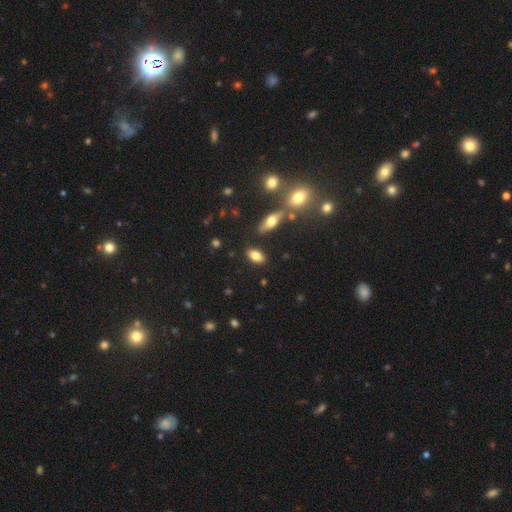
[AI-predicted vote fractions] smooth 80%, featured or disk 12%, star or artifact 9%. Down the decision tree: how rounded — in between (89%); merging — none (84%).